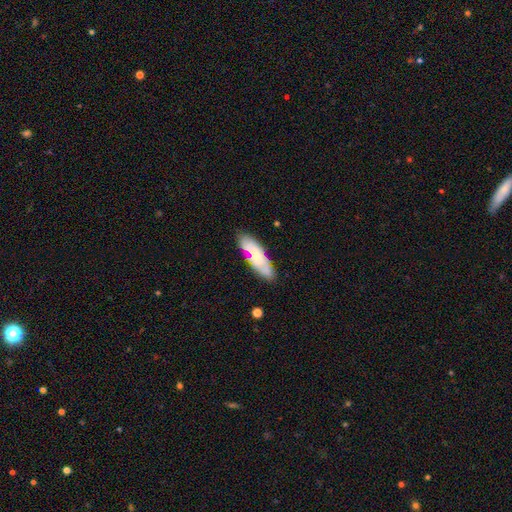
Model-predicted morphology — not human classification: Smooth or featured: smooth — 61% (featured or disk — 33%)
How rounded: in between — 50% (cigar-shaped — 48%)
Merging: none — 77% (minor disturbance — 16%)